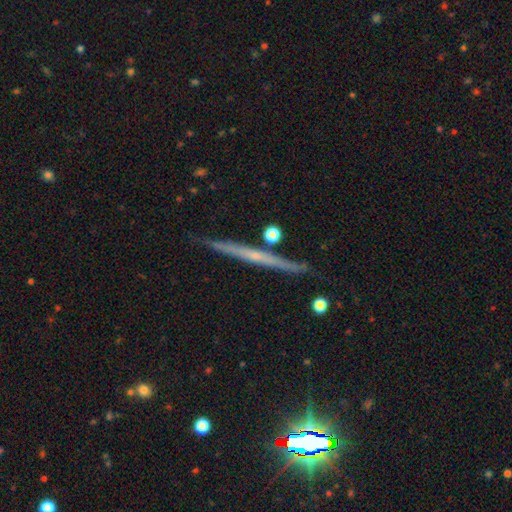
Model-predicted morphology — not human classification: A featured or disk galaxy (66%) viewed edge-on (97%) with no central bulge (69%). Merging: none (88%).